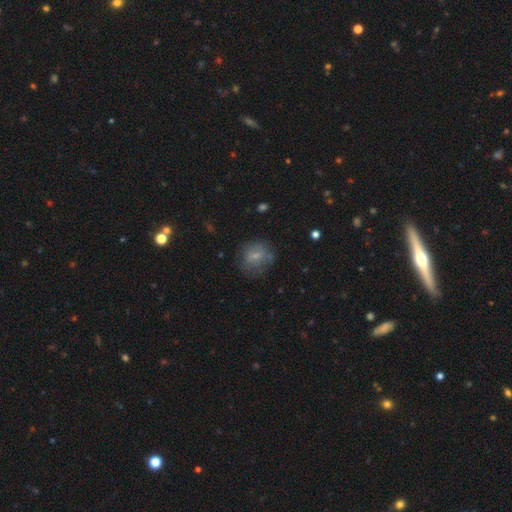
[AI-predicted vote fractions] This is likely a smooth galaxy (64%). How rounded: likely round (62%). Merging: likely none (64%).